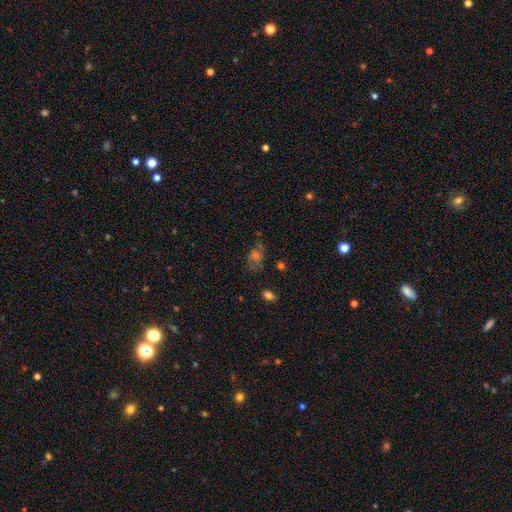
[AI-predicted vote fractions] Smooth or featured: smooth — 37% (featured or disk — 36%)
Merging: none — 57% (minor disturbance — 23%)